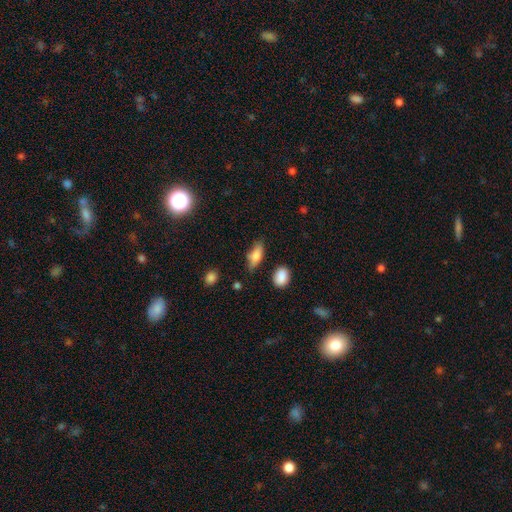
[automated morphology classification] Smooth or featured?
  - smooth: 75% *
  - featured or disk: 17%
  - star or artifact: 8%
How rounded?
  - in between: 73% *
  - cigar-shaped: 23%
  - round: 4%
Merging?
  - none: 71% *
  - minor disturbance: 20%
  - major disturbance: 5%
  - merger: 4%